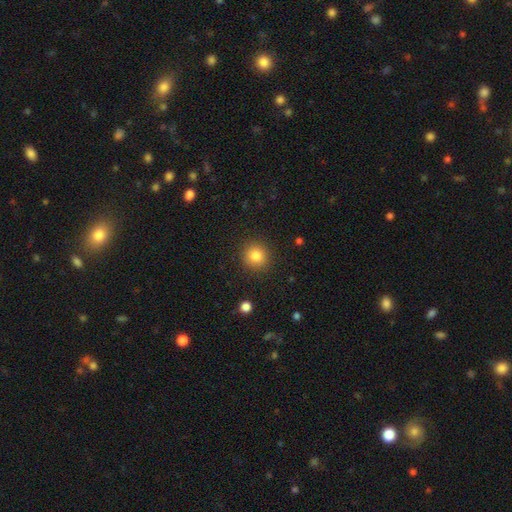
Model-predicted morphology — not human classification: This appears to be a smooth galaxy with no disk features (83%) that is round (91%). Merging: none (90%).